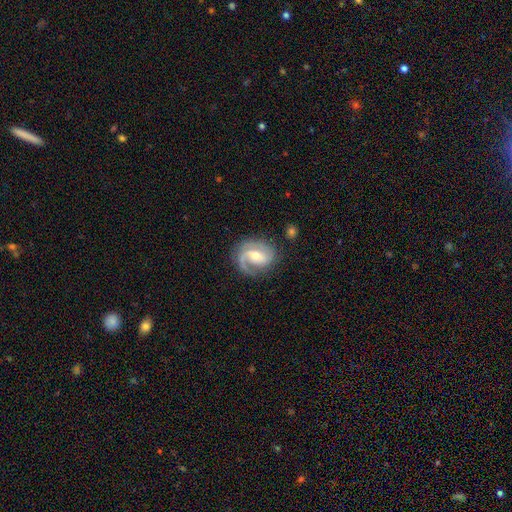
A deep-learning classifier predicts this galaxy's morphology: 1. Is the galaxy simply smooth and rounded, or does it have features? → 86% featured or disk, 9% smooth, 5% star or artifact.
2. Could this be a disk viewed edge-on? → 98% no, 2% yes.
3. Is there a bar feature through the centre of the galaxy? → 49% weak, 32% no, 19% strong.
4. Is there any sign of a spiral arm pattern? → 96% yes, 4% no.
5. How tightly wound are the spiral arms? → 48% medium, 31% tight, 21% loose.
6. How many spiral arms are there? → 63% 2, 25% 1, 5% can't tell, 4% 3, 1% 4, 1% more than 4.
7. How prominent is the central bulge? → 62% moderate, 32% small, 4% large, 1% none, 1% dominant.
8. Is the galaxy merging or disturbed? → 72% none, 18% minor disturbance, 9% major disturbance, 2% merger.